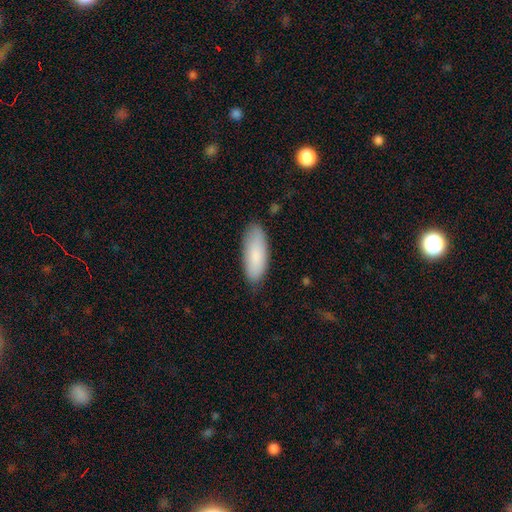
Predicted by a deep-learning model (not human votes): Q: Smooth or featured?
A: smooth (85%); runner-up: featured or disk (9%)
Q: How rounded?
A: in between (74%); runner-up: cigar-shaped (24%)
Q: Merging?
A: none (82%); runner-up: minor disturbance (14%)